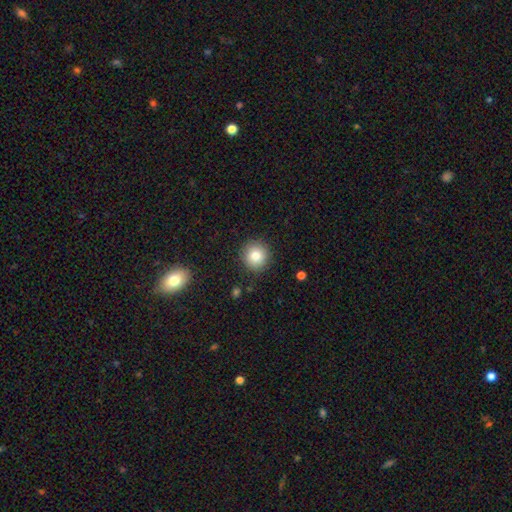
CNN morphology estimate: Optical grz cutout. It shows a smooth galaxy with no disk features (81%) that is round (93%). Merging: none (90%).